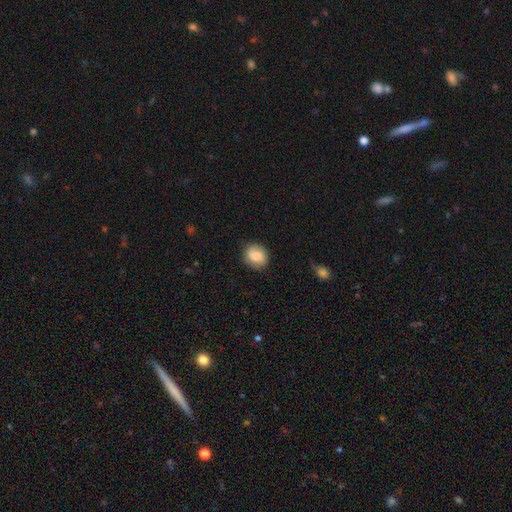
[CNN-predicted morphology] Smooth or featured? Predicted: smooth (p=0.77). How rounded? Predicted: round (p=0.67). Merging? Predicted: none (p=0.82).